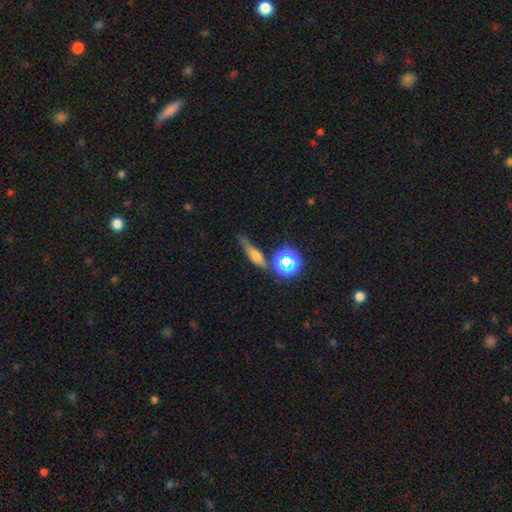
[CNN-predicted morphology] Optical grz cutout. It shows a smooth galaxy with no disk features (49%). Merging: none (64%).